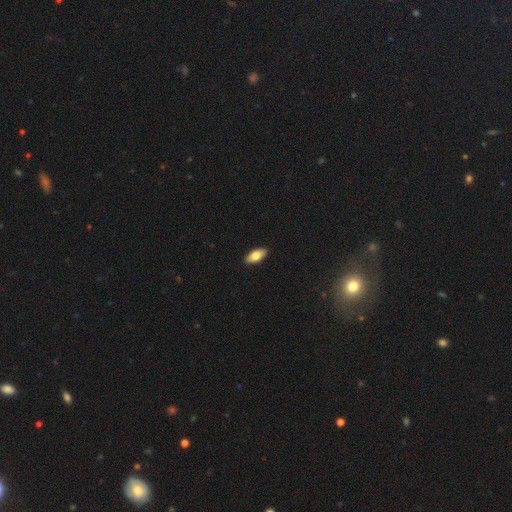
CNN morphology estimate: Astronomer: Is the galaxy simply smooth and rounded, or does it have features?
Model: smooth — 77%.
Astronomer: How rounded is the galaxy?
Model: in between — 89%.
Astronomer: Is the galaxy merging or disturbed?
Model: none — 91%.